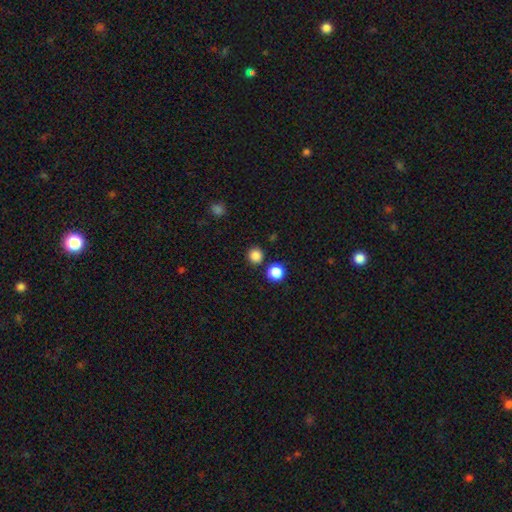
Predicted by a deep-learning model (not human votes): Smooth or featured? smooth (84%)
How rounded? round (93%)
Merging? none (86%)